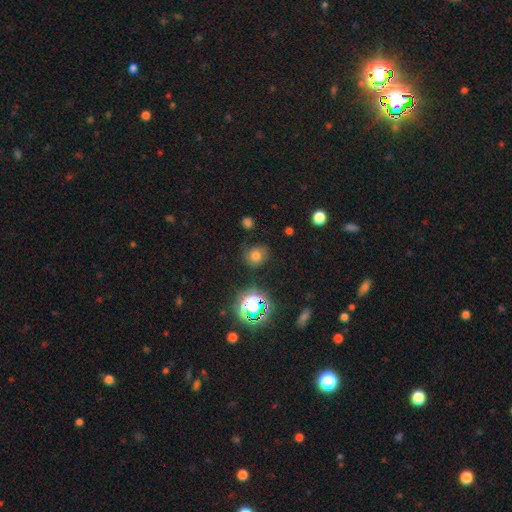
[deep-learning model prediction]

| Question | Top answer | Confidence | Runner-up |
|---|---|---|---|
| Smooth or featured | smooth | 67% | star or artifact (23%) |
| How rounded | round | 81% | in between (18%) |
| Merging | none | 76% | minor disturbance (16%) |